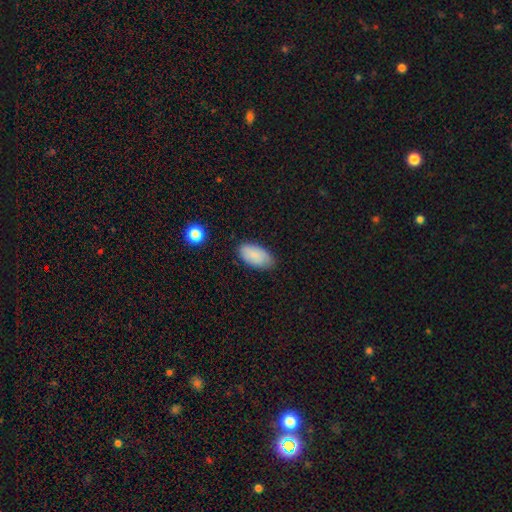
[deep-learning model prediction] Q: Smooth or featured?
A: smooth (82%); runner-up: featured or disk (11%)
Q: How rounded?
A: in between (95%); runner-up: round (3%)
Q: Merging?
A: none (78%); runner-up: minor disturbance (18%)